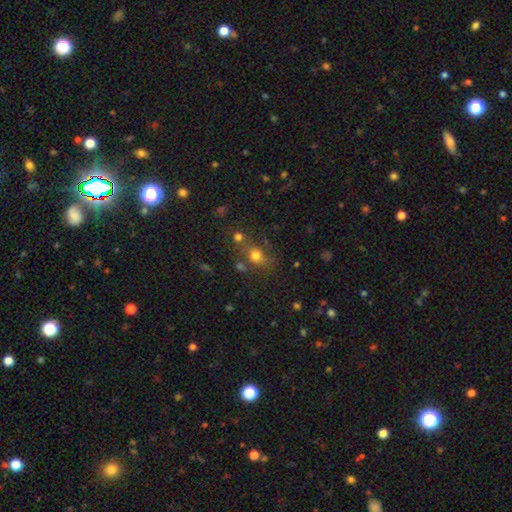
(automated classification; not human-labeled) smooth-or-featured: smooth: 69% | star or artifact: 19% | featured or disk: 12%
  how-rounded: round: 71% | in between: 28% | cigar-shaped: 2%
  merging: none: 58% | merger: 18% | minor disturbance: 15% | major disturbance: 9%